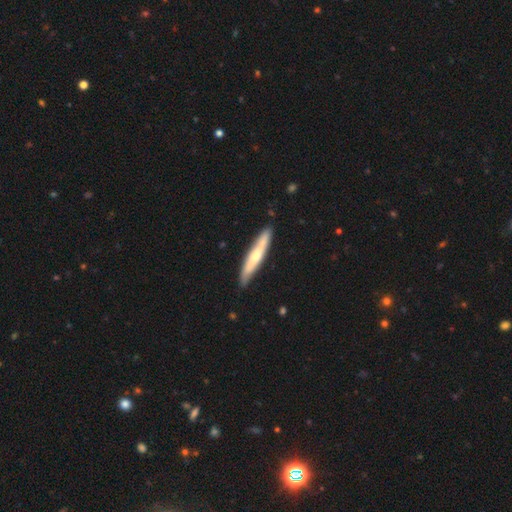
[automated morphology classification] smooth 51%, featured or disk 44%, star or artifact 5%. Down the decision tree: how rounded — cigar-shaped (91%); merging — none (86%).